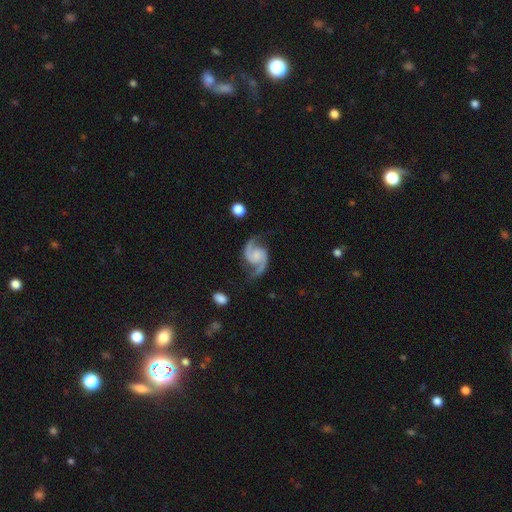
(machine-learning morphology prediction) A featured or disk galaxy (93%) with no bar (62%), 2 (94%) medium (53%) spiral arms (98%) and no central bulge (37%). Merging: none (77%).